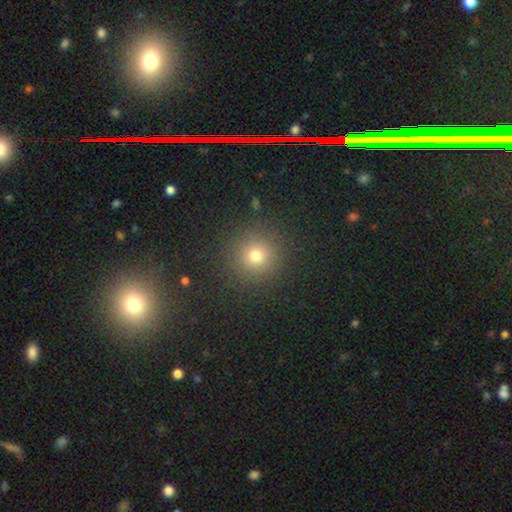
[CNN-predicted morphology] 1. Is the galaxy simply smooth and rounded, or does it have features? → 73% smooth, 19% star or artifact, 7% featured or disk.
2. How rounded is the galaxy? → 94% round, 5% in between, 1% cigar-shaped.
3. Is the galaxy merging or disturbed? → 90% none, 6% minor disturbance, 3% major disturbance, 1% merger.